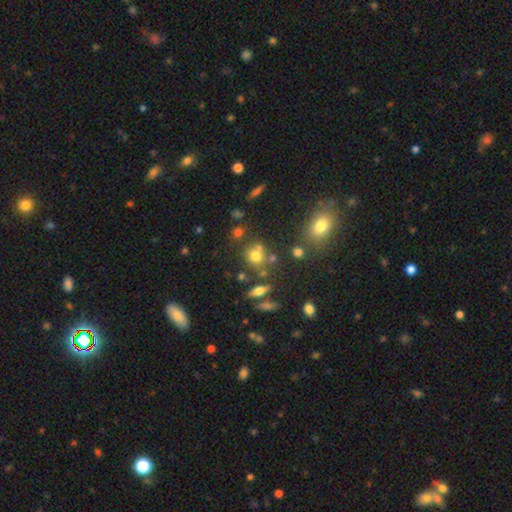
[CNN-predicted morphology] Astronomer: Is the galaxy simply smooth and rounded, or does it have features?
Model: smooth — 67%.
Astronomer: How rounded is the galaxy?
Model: round — 78%.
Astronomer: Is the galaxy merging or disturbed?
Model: none — 58%.